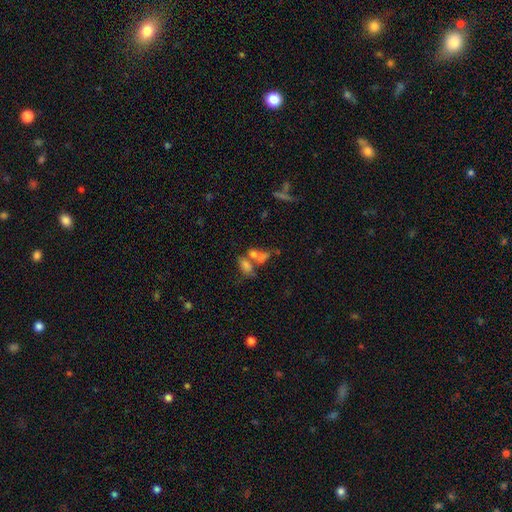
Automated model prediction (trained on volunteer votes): Smooth or featured? Predicted: smooth (p=0.67). How rounded? Predicted: in between (p=0.80). Merging? Predicted: merger (p=0.58).